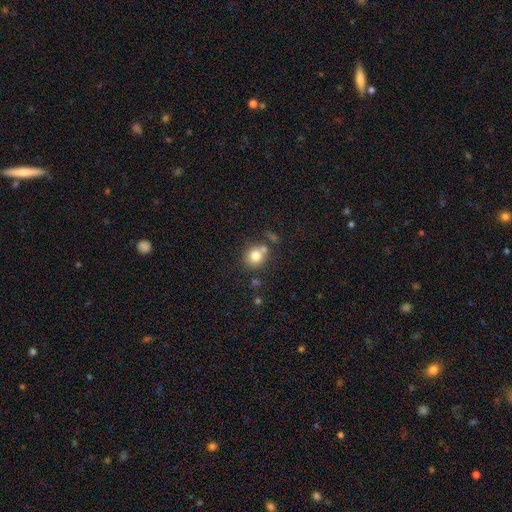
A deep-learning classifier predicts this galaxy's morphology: type=smooth (79%); roundness=round (77%); merging=none (60%).